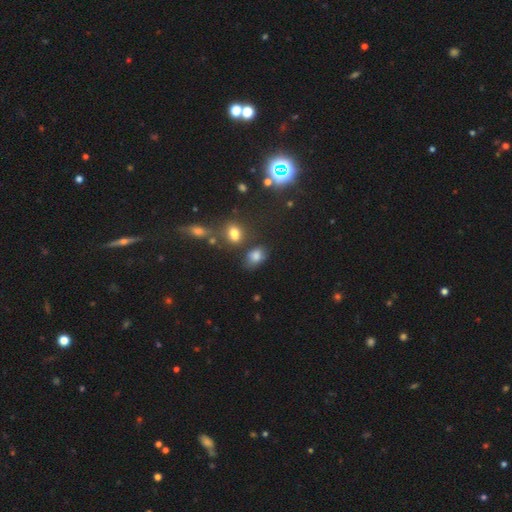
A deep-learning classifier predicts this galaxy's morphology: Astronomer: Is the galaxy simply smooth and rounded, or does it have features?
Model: smooth — 76%.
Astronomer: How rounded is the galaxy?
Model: in between — 78%.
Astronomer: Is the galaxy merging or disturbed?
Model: none — 60%.